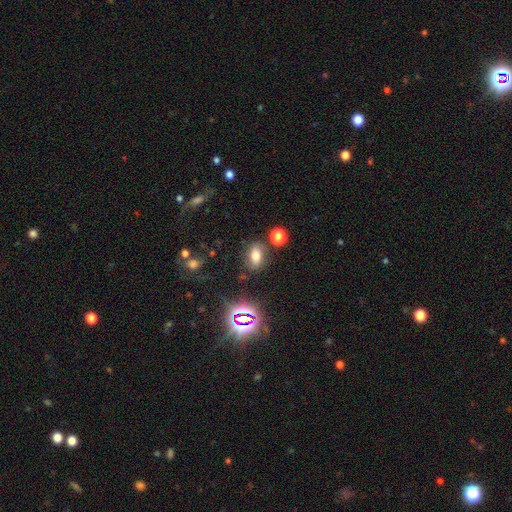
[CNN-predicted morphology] smooth-or-featured: smooth: 67% | star or artifact: 21% | featured or disk: 12%
  how-rounded: in between: 82% | round: 15% | cigar-shaped: 3%
  merging: none: 77% | minor disturbance: 12% | merger: 7% | major disturbance: 4%